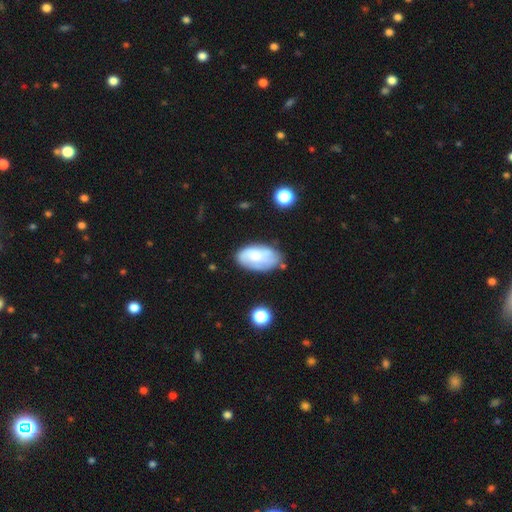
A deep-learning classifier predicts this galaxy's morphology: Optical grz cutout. It shows a smooth galaxy with no disk features (54%) that is in between round and cigar-shaped (93%). Merging: none (63%).